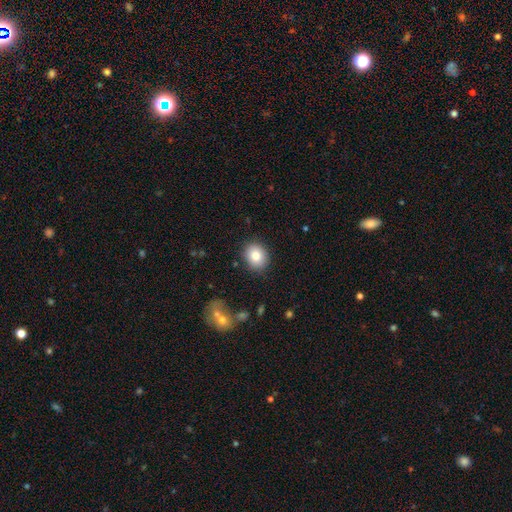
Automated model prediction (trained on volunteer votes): Q: Smooth or featured?
A: smooth (83%); runner-up: star or artifact (9%)
Q: How rounded?
A: round (59%); runner-up: in between (40%)
Q: Merging?
A: none (86%); runner-up: minor disturbance (10%)